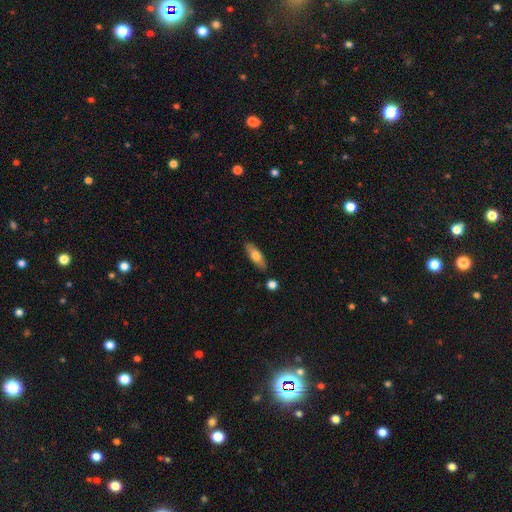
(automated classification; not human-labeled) A smooth galaxy with no disk features (69%) that is in between round and cigar-shaped (62%). Merging: none (83%).